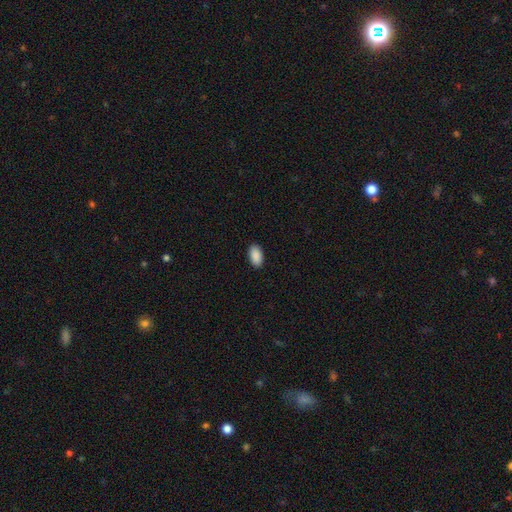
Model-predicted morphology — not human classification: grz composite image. It shows a smooth galaxy with no disk features (91%) that is in between round and cigar-shaped (95%). Merging: none (90%).